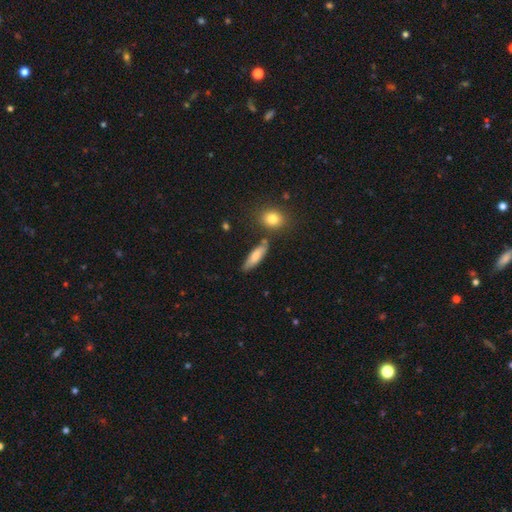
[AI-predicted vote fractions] Overall: smooth (74%). How rounded: cigar-shaped (55%; in between 42%). Merging: none (73%).